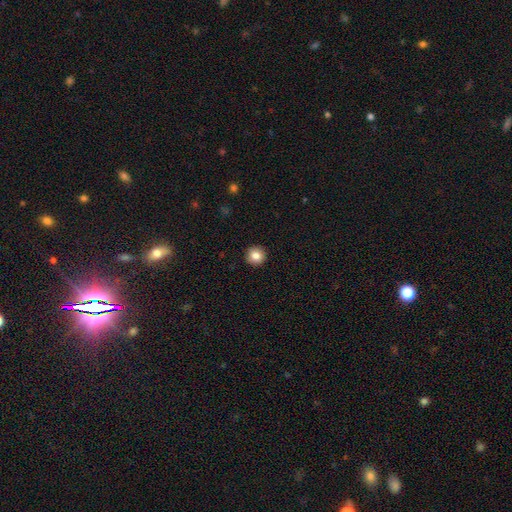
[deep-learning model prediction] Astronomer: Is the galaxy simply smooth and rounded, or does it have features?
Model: smooth — 84%.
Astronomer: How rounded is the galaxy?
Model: round — 95%.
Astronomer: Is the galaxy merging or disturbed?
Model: none — 93%.